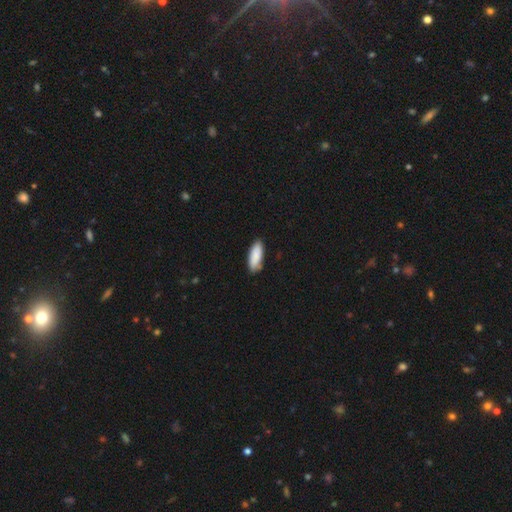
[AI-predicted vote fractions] The model was most divided on "how rounded": in between: 71%, cigar-shaped: 27%, round: 2%. More confident: smooth or featured — smooth (89%); merging — none (81%).